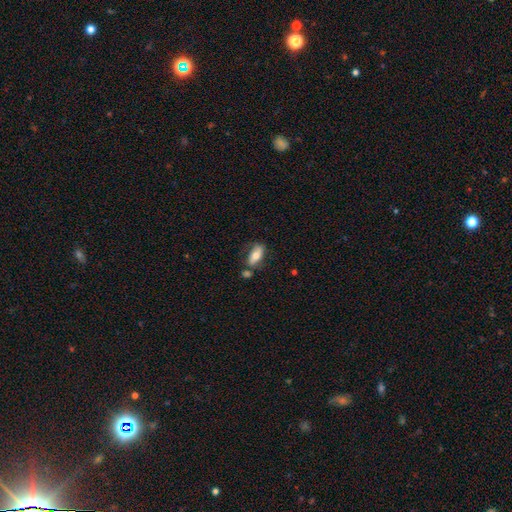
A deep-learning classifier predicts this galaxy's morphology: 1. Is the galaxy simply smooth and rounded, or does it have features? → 67% smooth, 27% featured or disk, 7% star or artifact.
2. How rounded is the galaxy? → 81% in between, 16% cigar-shaped, 3% round.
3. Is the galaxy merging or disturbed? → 59% none, 18% minor disturbance, 16% merger, 7% major disturbance.